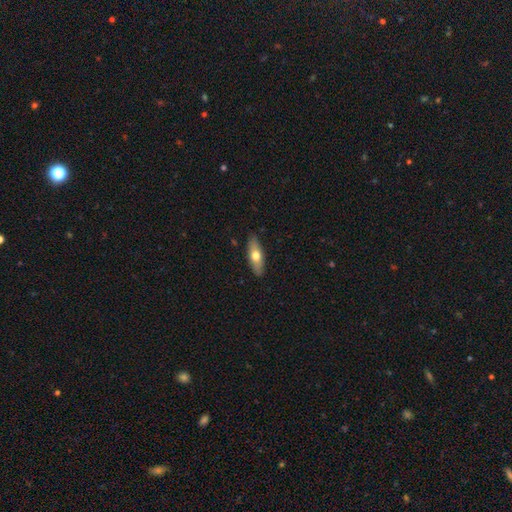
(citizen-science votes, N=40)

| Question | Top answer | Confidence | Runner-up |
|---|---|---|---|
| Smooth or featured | smooth | 60% | featured or disk (30%) |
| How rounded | in between | 50% | tied: cigar-shaped (50%) |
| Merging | none | 83% | minor disturbance (14%) |